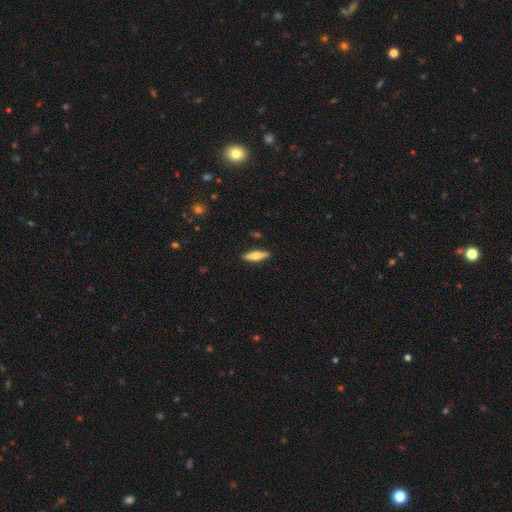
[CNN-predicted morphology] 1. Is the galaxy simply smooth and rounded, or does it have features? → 53% smooth, 41% featured or disk, 6% star or artifact.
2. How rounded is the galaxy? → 68% cigar-shaped, 30% in between, 2% round.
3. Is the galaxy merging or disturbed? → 89% none, 8% minor disturbance, 2% major disturbance, 1% merger.